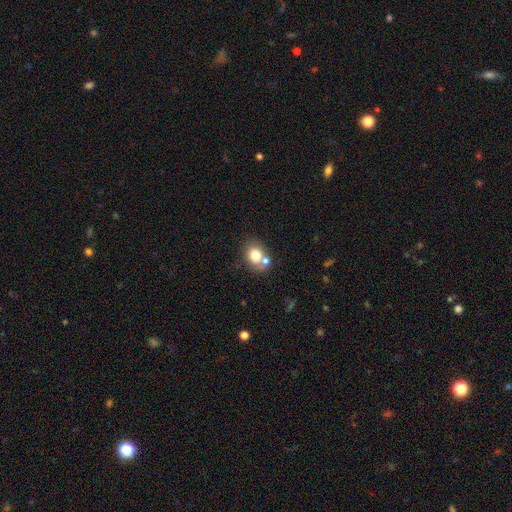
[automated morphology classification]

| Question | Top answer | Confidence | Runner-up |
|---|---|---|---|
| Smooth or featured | smooth | 76% | featured or disk (14%) |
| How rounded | round | 53% | in between (46%) |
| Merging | none | 53% | merger (29%) |